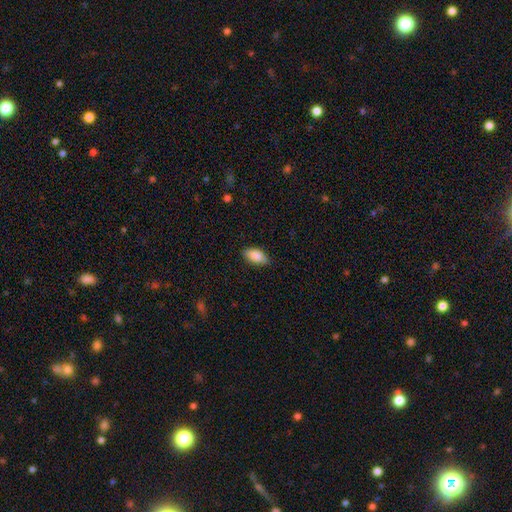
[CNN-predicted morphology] Smooth or featured? smooth (88%)
How rounded? in between (92%)
Merging? none (84%)